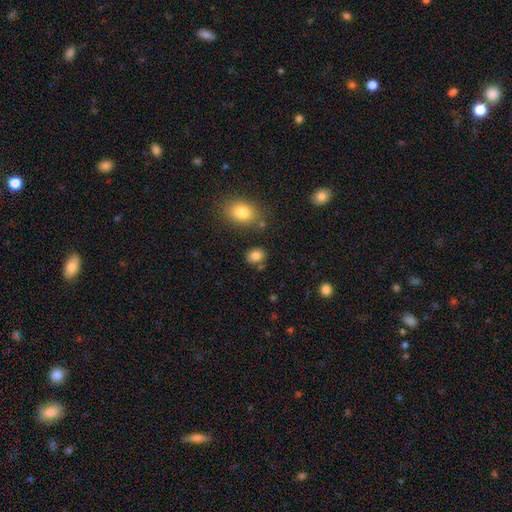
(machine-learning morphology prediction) A smooth galaxy with no disk features (83%) that is in between round and cigar-shaped (58%).

Vote fractions:
- Smooth or featured? smooth: 83% / star or artifact: 10% / featured or disk: 7%
- How rounded? in between: 58% / round: 41% / cigar-shaped: 1%
- Merging? none: 78% / minor disturbance: 12% / merger: 7% / major disturbance: 3%